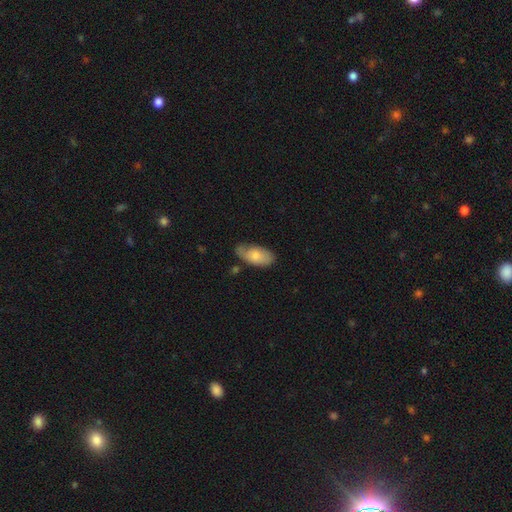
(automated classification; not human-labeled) Morphology: type=smooth (72%); roundness=in between (93%); merging=none (55%).